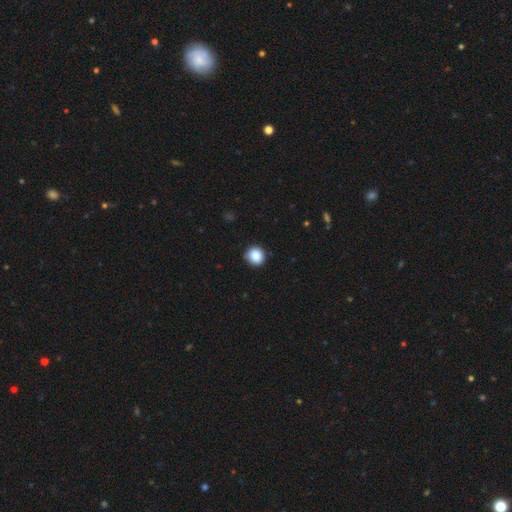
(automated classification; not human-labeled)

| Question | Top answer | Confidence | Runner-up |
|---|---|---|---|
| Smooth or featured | smooth | 87% | star or artifact (9%) |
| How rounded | round | 89% | in between (10%) |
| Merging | none | 87% | minor disturbance (10%) |